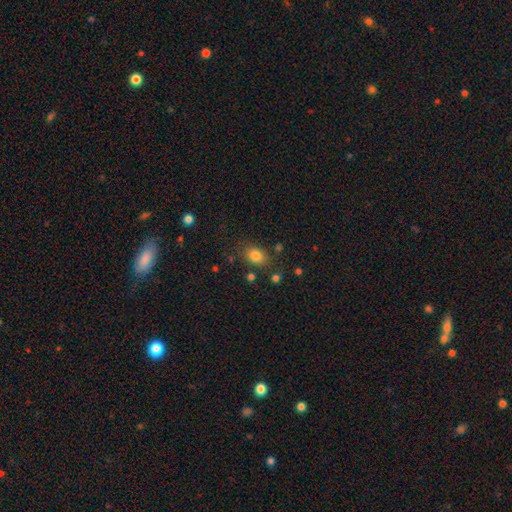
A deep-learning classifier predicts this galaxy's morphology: This appears to be a smooth galaxy with no disk features (81%) that is in between round and cigar-shaped (68%). Merging: none (78%).